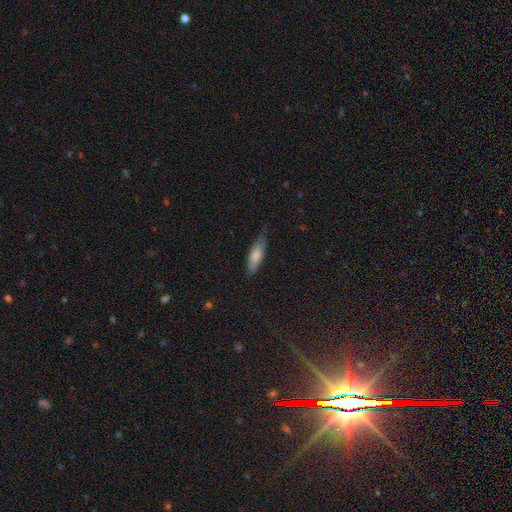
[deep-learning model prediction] This is likely a smooth galaxy (77%). How rounded: possibly cigar-shaped (52%). Merging: likely none (70%).